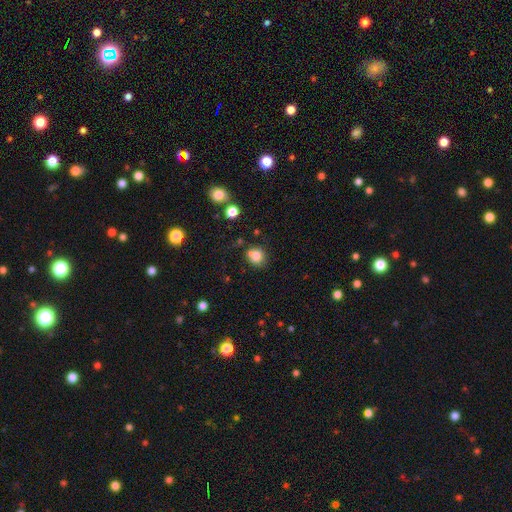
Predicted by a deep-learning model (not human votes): Smooth or featured? smooth (81%)
How rounded? round (78%)
Merging? none (66%)